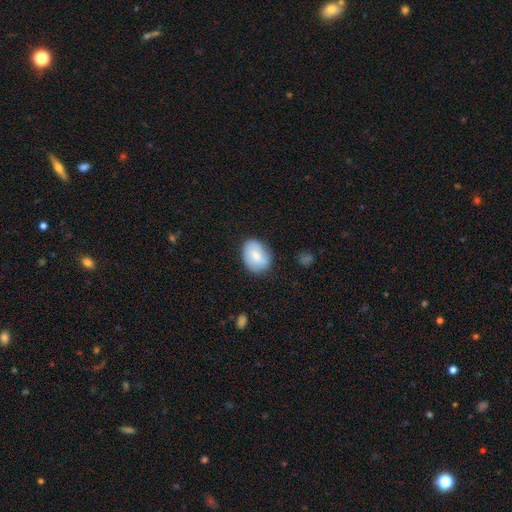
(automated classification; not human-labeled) Q: Smooth or featured?
A: smooth (73%); runner-up: featured or disk (20%)
Q: How rounded?
A: in between (68%); runner-up: round (31%)
Q: Merging?
A: none (78%); runner-up: minor disturbance (17%)